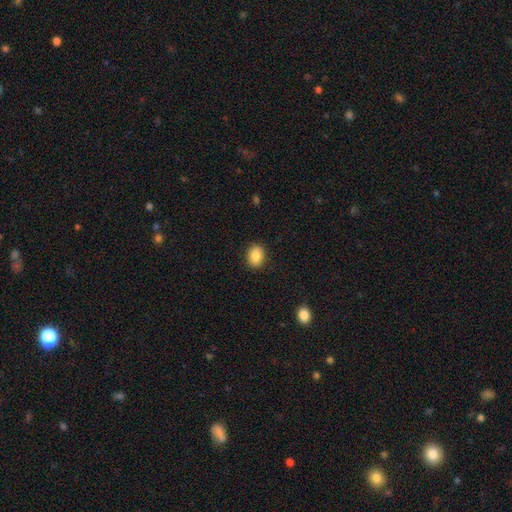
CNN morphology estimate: Smooth or featured?
  - smooth: 86% *
  - star or artifact: 8%
  - featured or disk: 6%
How rounded?
  - in between: 70% *
  - round: 29%
  - cigar-shaped: 1%
Merging?
  - none: 89% *
  - minor disturbance: 8%
  - major disturbance: 2%
  - merger: 1%